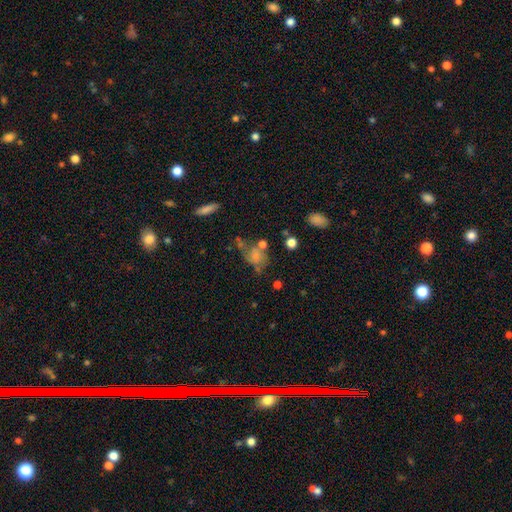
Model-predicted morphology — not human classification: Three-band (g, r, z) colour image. It shows a smooth galaxy with no disk features (59%) that is in between round and cigar-shaped (59%). Merging: none (31%).